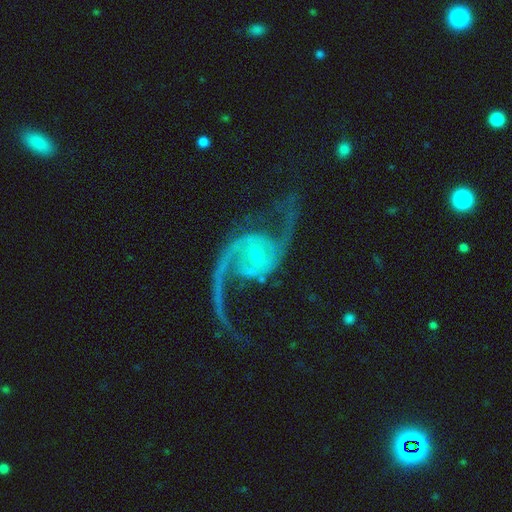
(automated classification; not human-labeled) Morphology: type=featured or disk (93%); edge-on=no (98%); bar=no (45%); spiral arms=yes (98%); winding=loose (66%); arm count=2 (93%); bulge=small (65%); merging=none (62%).